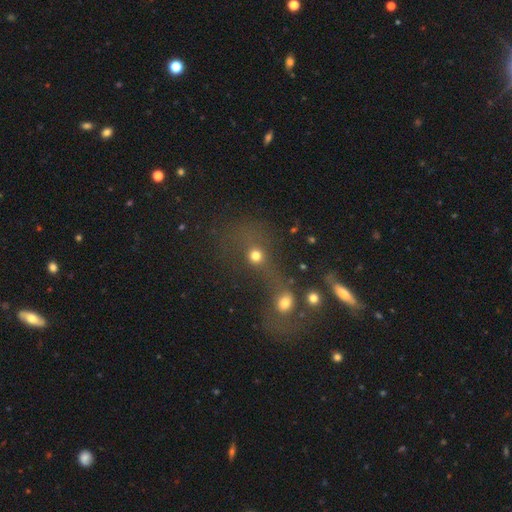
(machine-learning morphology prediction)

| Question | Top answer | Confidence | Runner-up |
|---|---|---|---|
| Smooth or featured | smooth | 67% | star or artifact (19%) |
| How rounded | round | 76% | in between (21%) |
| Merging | merger | 50% | none (30%) |